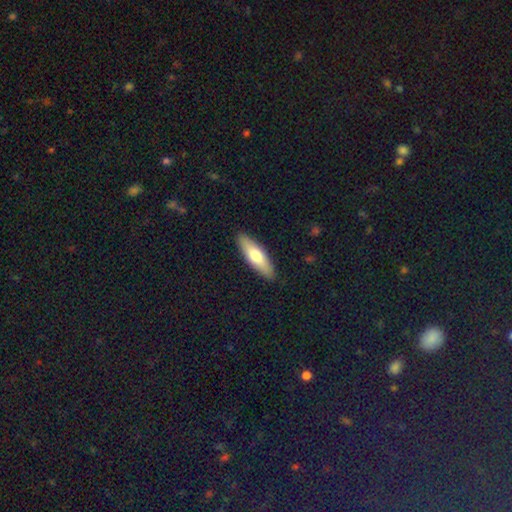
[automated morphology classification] Q: Smooth or featured?
A: smooth (68%); runner-up: featured or disk (27%)
Q: How rounded?
A: cigar-shaped (57%); runner-up: in between (42%)
Q: Merging?
A: none (90%); runner-up: minor disturbance (7%)